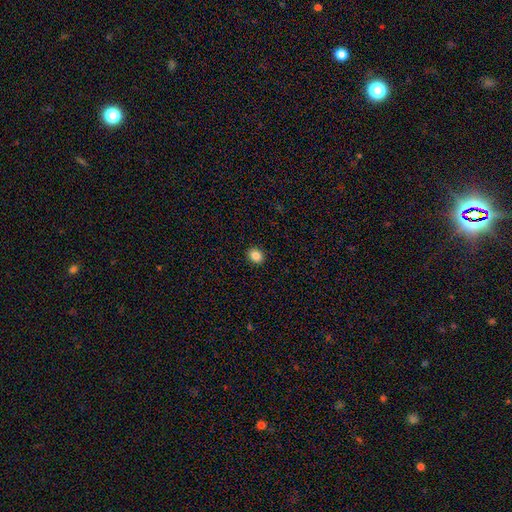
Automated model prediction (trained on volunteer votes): Morphology: type=smooth (86%); roundness=round (54%); merging=none (92%).